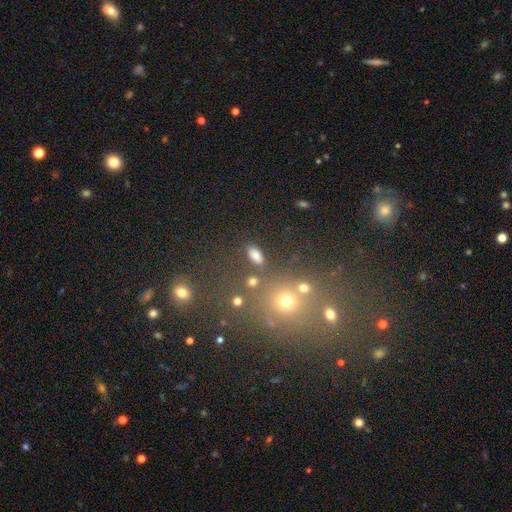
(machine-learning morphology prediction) Overall: smooth (76%). How rounded: in between (86%). Merging: none (80%).